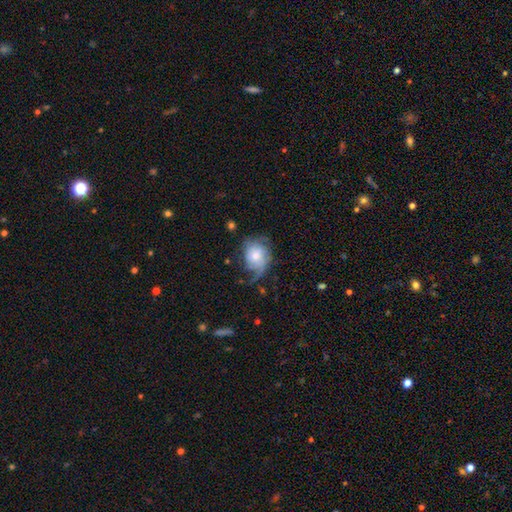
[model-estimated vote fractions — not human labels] This appears to be a featured or disk galaxy (57%) with no bar (78%), spiral arms (84%) and a moderate central bulge (47%). Merging: none (45%).